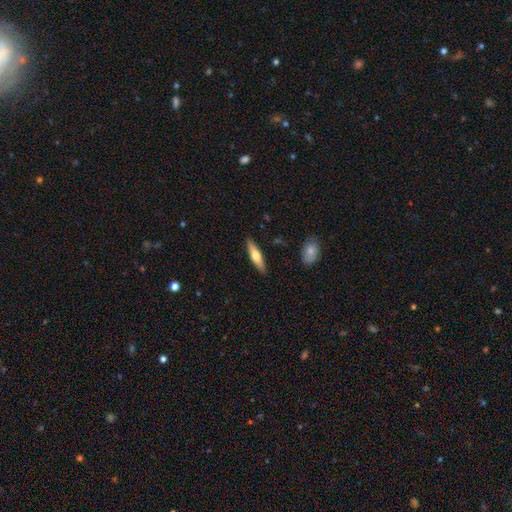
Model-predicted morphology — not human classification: Smooth or featured: smooth — 54% (featured or disk — 40%)
How rounded: cigar-shaped — 76% (in between — 22%)
Merging: none — 89% (minor disturbance — 8%)